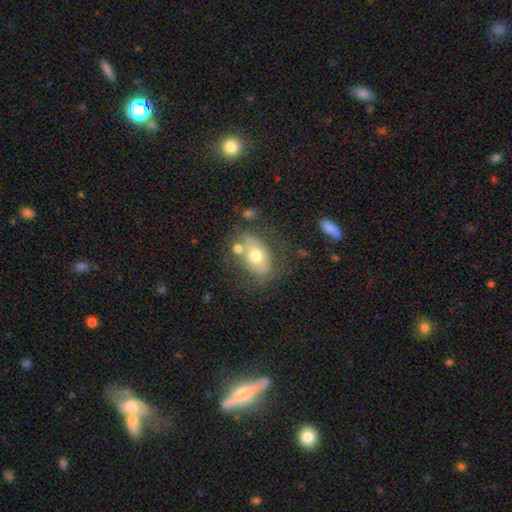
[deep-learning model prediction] This is possibly a smooth galaxy (55%). How rounded: likely in between (80%). Merging: possibly none (57%).